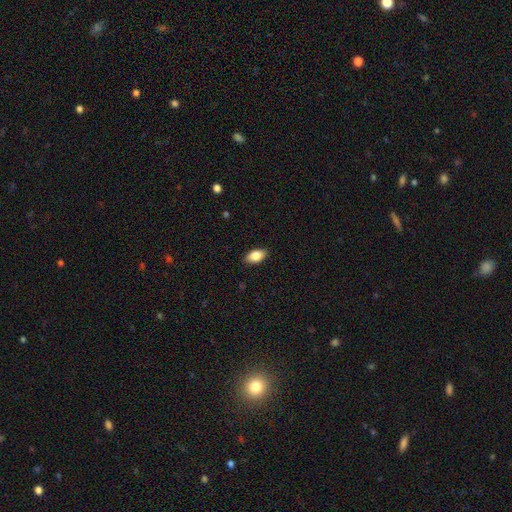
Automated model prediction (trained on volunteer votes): A smooth galaxy with no disk features (82%) that is in between round and cigar-shaped (91%).

Vote fractions:
- Smooth or featured? smooth: 82% / featured or disk: 10% / star or artifact: 7%
- How rounded? in between: 91% / round: 5% / cigar-shaped: 4%
- Merging? none: 88% / minor disturbance: 9% / major disturbance: 2% / merger: 1%